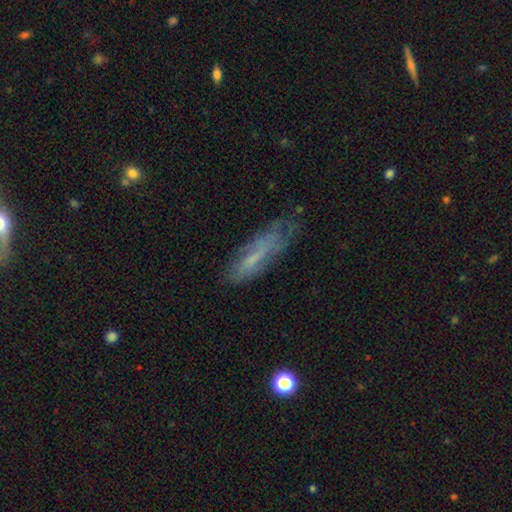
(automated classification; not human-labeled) smooth 50%, featured or disk 40%, star or artifact 11%. Down the decision tree: merging — none (52%).